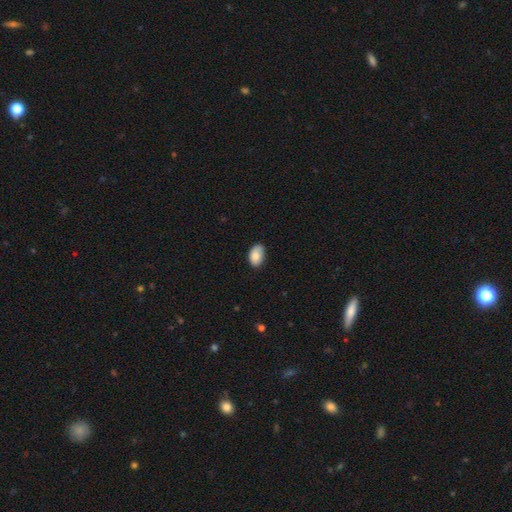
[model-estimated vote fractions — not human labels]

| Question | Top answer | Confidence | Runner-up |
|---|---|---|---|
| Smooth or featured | smooth | 86% | star or artifact (7%) |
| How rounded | in between | 91% | round (8%) |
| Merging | none | 76% | minor disturbance (20%) |